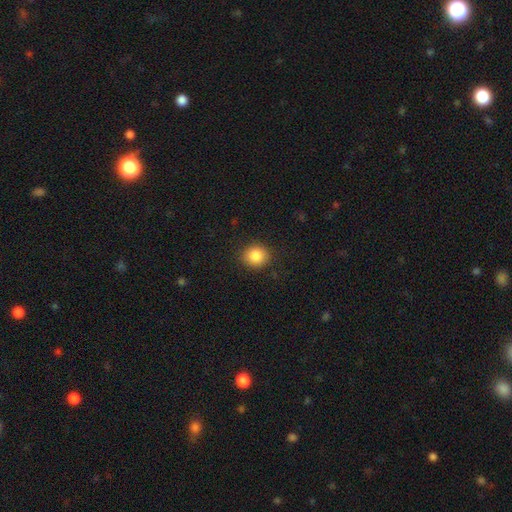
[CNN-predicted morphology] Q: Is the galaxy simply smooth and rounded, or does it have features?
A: smooth — 86%.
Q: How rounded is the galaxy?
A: round — 82%.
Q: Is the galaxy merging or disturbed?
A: none — 89%.